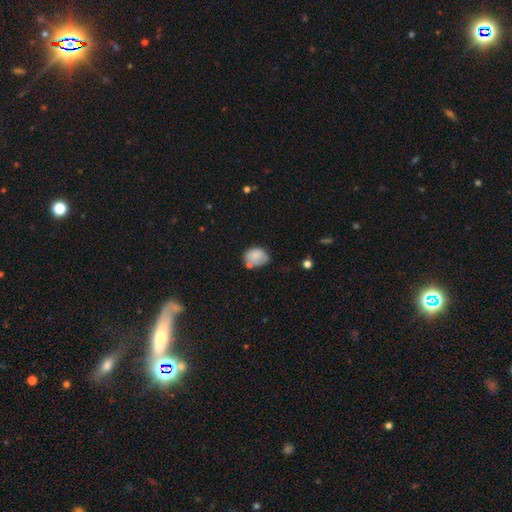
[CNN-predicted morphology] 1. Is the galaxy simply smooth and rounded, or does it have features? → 82% smooth, 10% featured or disk, 8% star or artifact.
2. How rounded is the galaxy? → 65% in between, 34% round, 1% cigar-shaped.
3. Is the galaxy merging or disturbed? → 52% none, 29% minor disturbance, 12% merger, 8% major disturbance.